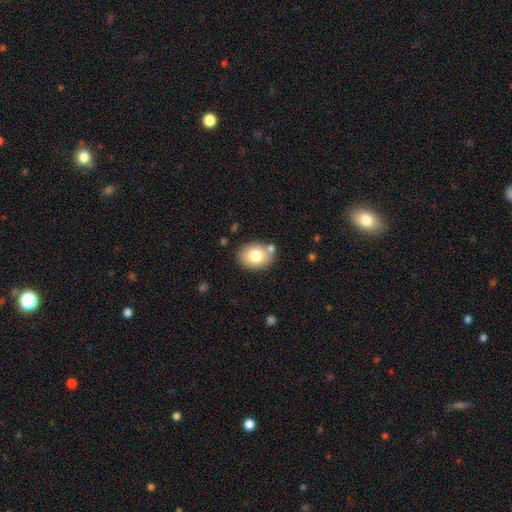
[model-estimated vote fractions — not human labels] This appears to be a smooth galaxy with no disk features (77%) that is in between round and cigar-shaped (59%). Merging: none (74%).